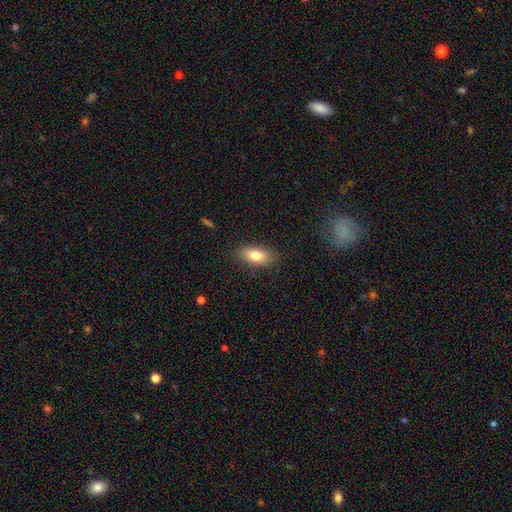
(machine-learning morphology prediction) smooth_or_featured: smooth (p=0.77) [alt: featured or disk p=0.15]
how_rounded: in between (p=0.83) [alt: cigar-shaped p=0.12]
merging: none (p=0.85) [alt: minor disturbance p=0.11]